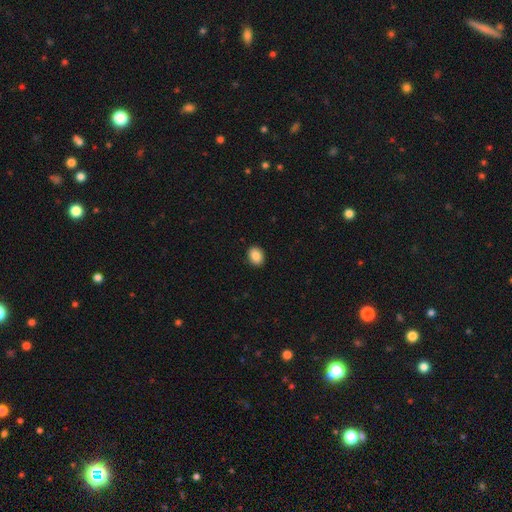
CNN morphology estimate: type=smooth (87%); roundness=in between (59%); merging=none (91%).